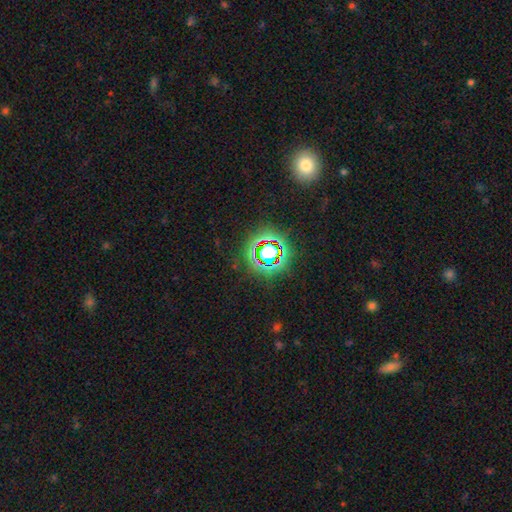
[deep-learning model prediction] Smooth or featured: star or artifact — 76% (smooth — 14%)